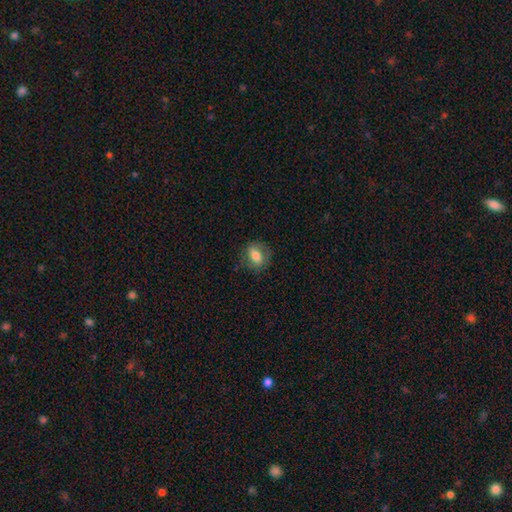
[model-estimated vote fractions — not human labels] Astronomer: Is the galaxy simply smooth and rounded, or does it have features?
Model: smooth — 73%.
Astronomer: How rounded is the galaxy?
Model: in between — 70%.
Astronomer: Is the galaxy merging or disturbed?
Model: none — 71%.